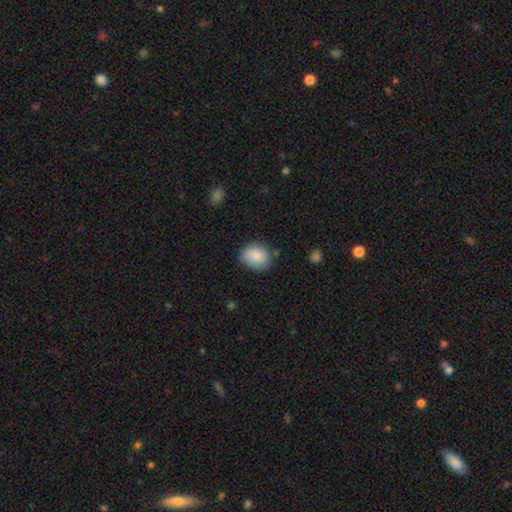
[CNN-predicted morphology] Smooth or featured? smooth (86%)
How rounded? in between (56%)
Merging? none (74%)